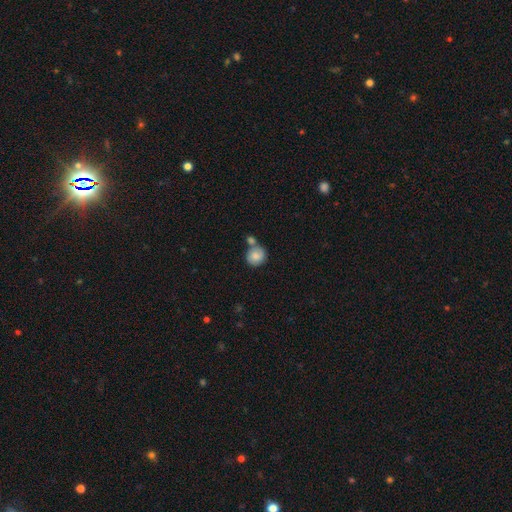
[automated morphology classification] smooth 77%, featured or disk 15%, star or artifact 8%. Down the decision tree: how rounded — round (84%); merging — none (47%).